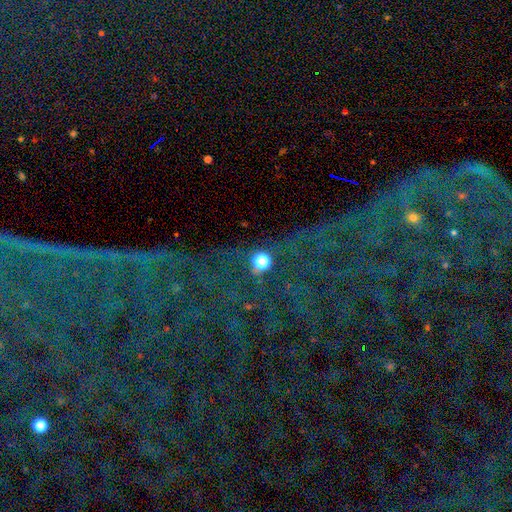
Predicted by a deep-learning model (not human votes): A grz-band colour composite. It shows a star or artifact, not a galaxy (84%).